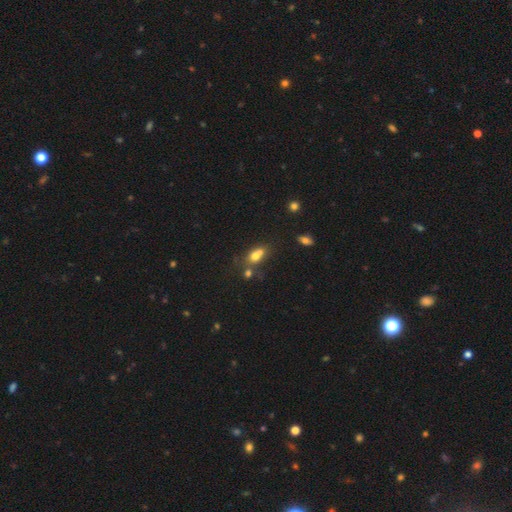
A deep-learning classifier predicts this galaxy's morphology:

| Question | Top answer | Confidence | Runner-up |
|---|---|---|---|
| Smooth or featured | smooth | 70% | featured or disk (17%) |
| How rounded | in between | 56% | round (40%) |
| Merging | merger | 51% | none (31%) |